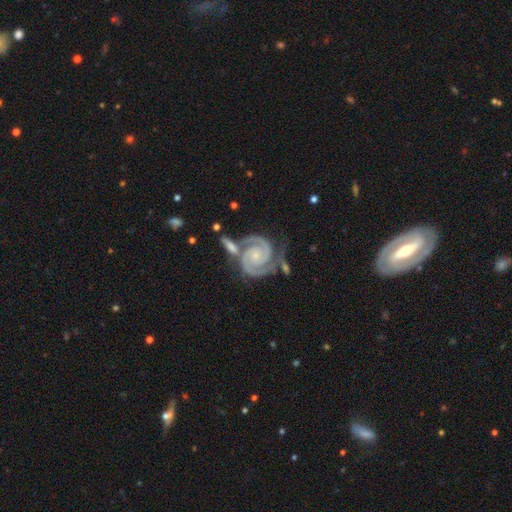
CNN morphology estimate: type=featured or disk (94%); edge-on=no (98%); bar=no (68%); spiral arms=yes (99%); winding=tight (72%); arm count=2 (92%); bulge=small (70%); merging=none (57%).